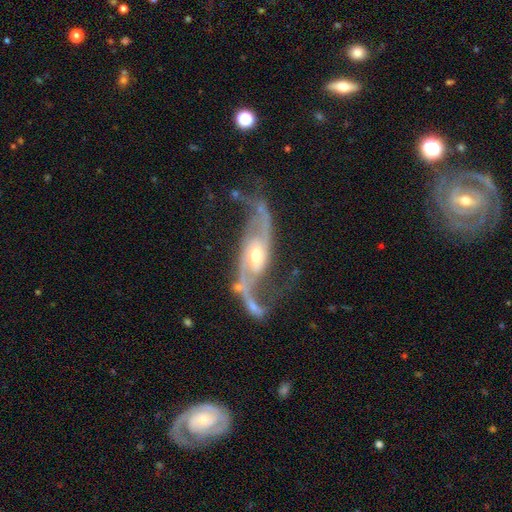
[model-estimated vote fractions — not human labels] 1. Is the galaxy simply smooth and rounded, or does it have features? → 90% featured or disk, 5% star or artifact, 5% smooth.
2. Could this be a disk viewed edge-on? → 93% no, 7% yes.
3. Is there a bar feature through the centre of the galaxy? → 45% no, 36% weak, 19% strong.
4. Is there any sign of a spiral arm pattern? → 96% yes, 4% no.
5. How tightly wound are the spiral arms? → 66% loose, 27% medium, 7% tight.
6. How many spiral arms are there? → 92% 2, 2% can't tell, 2% 1, 1% 3, 1% 4, 1% more than 4.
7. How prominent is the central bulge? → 65% moderate, 24% small, 8% large, 1% none, 1% dominant.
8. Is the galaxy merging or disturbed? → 53% none, 19% major disturbance, 18% minor disturbance, 10% merger.